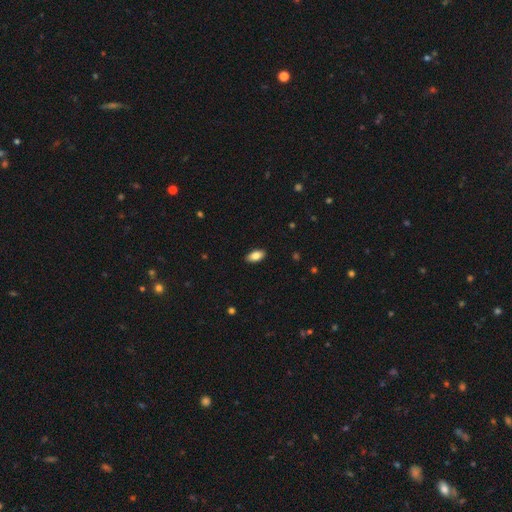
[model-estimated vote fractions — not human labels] The model was most divided on "smooth or featured": smooth: 84%, featured or disk: 9%, star or artifact: 7%. More confident: how rounded — in between (92%); merging — none (90%).